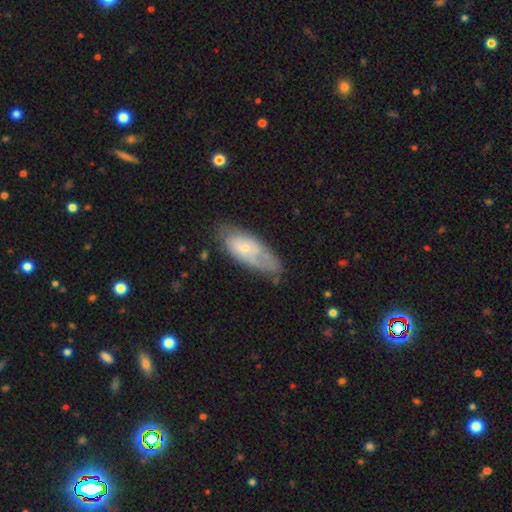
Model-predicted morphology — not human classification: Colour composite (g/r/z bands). It shows a smooth galaxy with no disk features (52%) that is in between round and cigar-shaped (77%). Merging: none (57%).